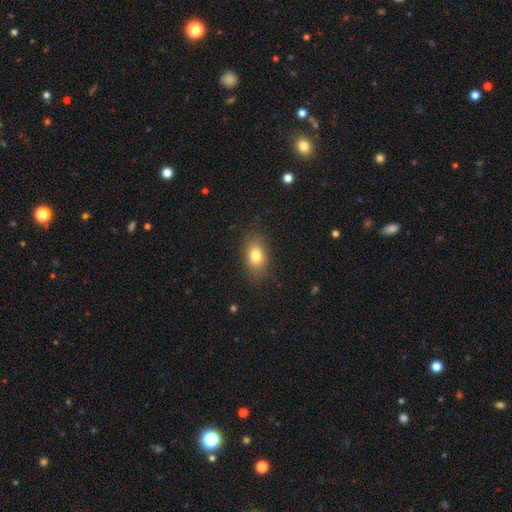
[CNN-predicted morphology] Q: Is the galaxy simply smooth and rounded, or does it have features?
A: smooth — 80%.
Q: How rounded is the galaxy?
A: in between — 81%.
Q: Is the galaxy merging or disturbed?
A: none — 81%.